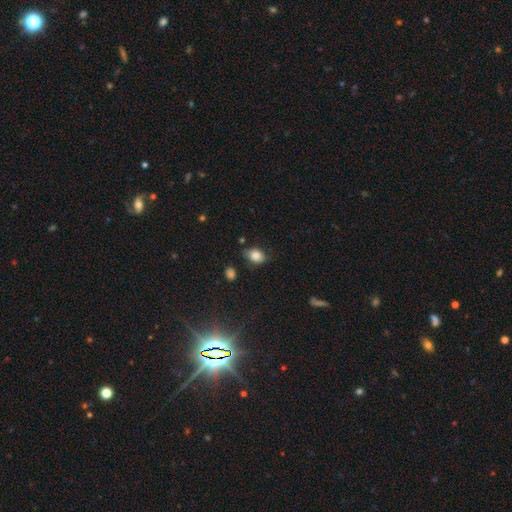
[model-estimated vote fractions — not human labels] smooth 85%, star or artifact 9%, featured or disk 6%. Down the decision tree: how rounded — in between (77%); merging — none (71%).